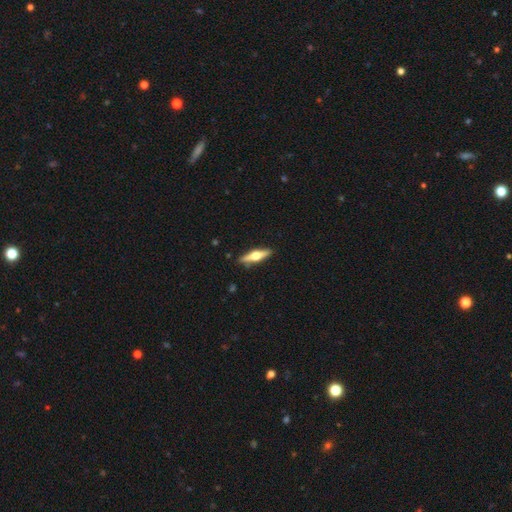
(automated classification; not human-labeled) Smooth or featured: featured or disk — 61% (smooth — 33%)
Edge-on disk: yes — 96% (no — 4%)
Edge-on bulge: rounded — 95% (boxy — 3%)
Merging: none — 89% (minor disturbance — 8%)